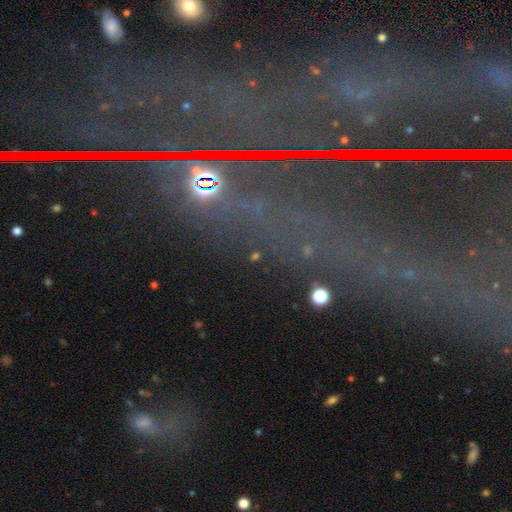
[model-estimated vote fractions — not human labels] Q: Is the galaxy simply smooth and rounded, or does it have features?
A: star or artifact — 64%.